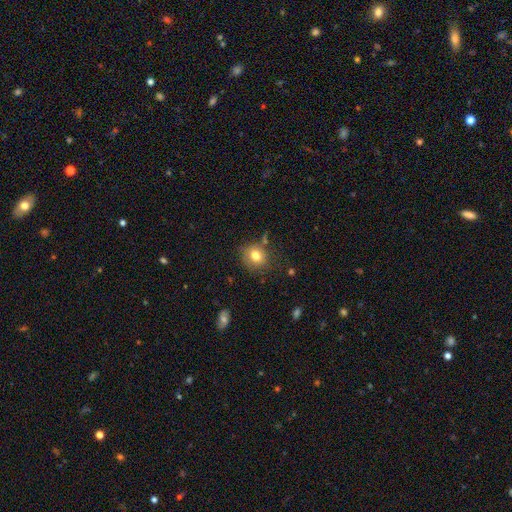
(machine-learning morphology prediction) Overall: smooth (78%). How rounded: round (76%). Merging: none (76%).